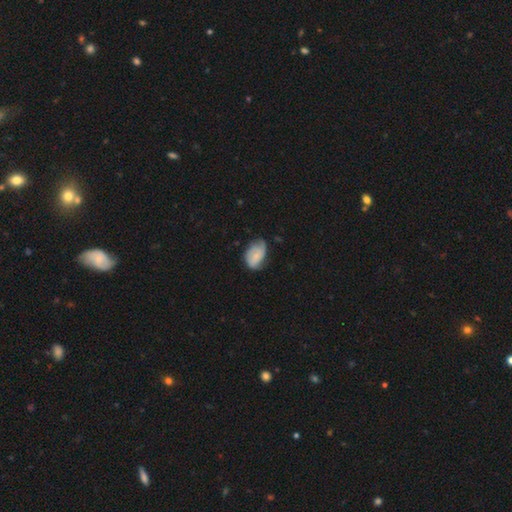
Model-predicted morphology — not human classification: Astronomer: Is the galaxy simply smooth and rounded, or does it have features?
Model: smooth — 61%.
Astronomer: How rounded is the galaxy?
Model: in between — 88%.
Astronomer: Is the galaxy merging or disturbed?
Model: none — 43% (runner-up: minor disturbance, 41%).